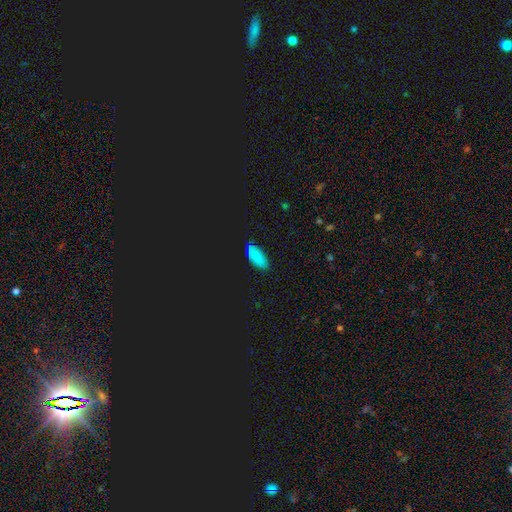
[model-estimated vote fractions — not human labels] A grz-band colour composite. It shows a smooth galaxy with no disk features (74%) that is in between round and cigar-shaped (89%). Merging: none (80%).